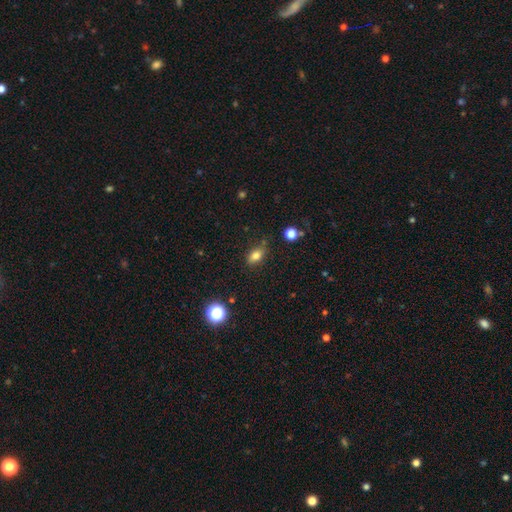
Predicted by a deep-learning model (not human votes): smooth_or_featured: smooth (p=0.80) [alt: star or artifact p=0.12]
how_rounded: in between (p=0.80) [alt: round p=0.17]
merging: none (p=0.76) [alt: minor disturbance p=0.17]